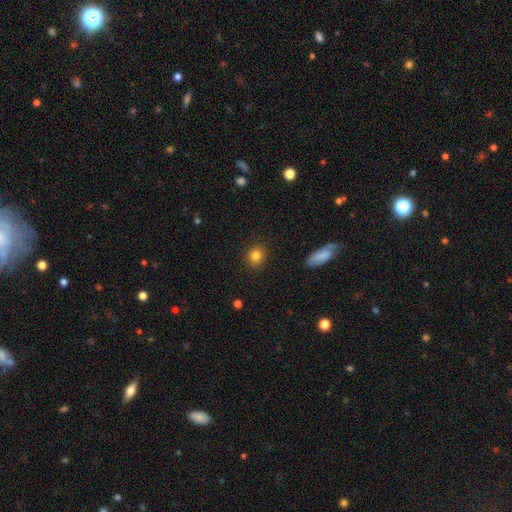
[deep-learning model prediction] Morphology: type=smooth (83%); roundness=round (82%); merging=none (90%).